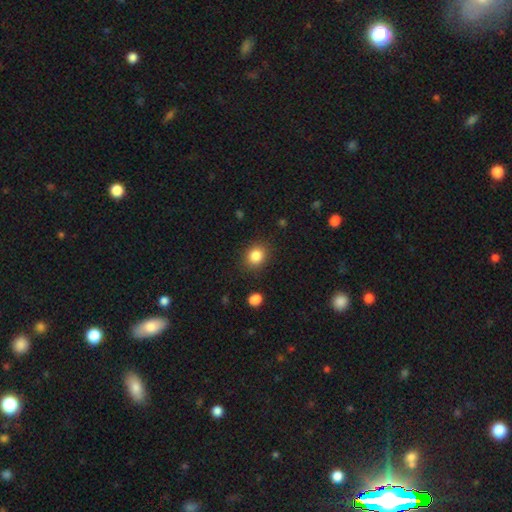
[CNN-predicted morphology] Smooth or featured: smooth — 85% (star or artifact — 10%)
How rounded: round — 69% (in between — 30%)
Merging: none — 86% (minor disturbance — 9%)